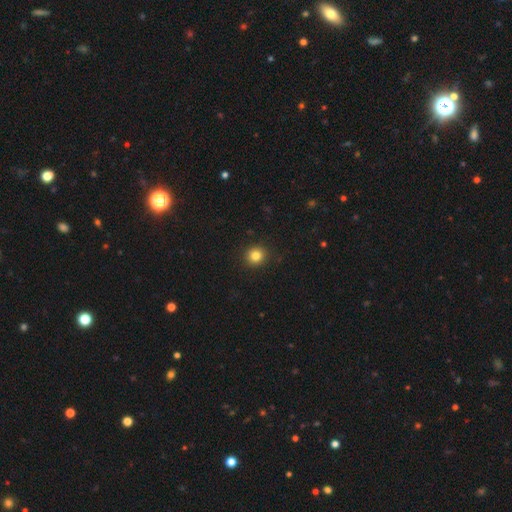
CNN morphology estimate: Q: Smooth or featured?
A: smooth (83%); runner-up: star or artifact (12%)
Q: How rounded?
A: round (91%); runner-up: in between (8%)
Q: Merging?
A: none (92%); runner-up: minor disturbance (5%)